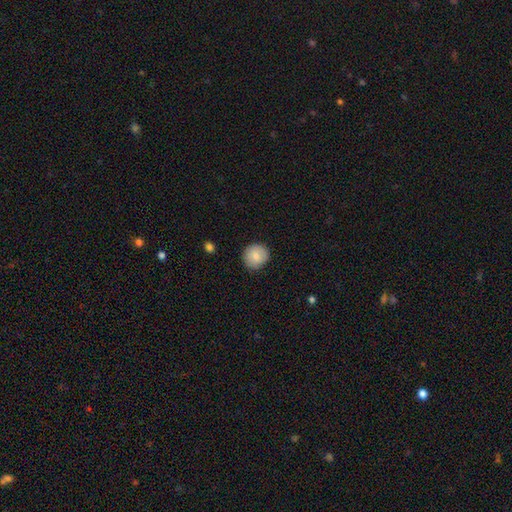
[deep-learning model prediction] Smooth or featured: smooth — 81% (featured or disk — 11%)
How rounded: round — 88% (in between — 11%)
Merging: none — 86% (minor disturbance — 10%)